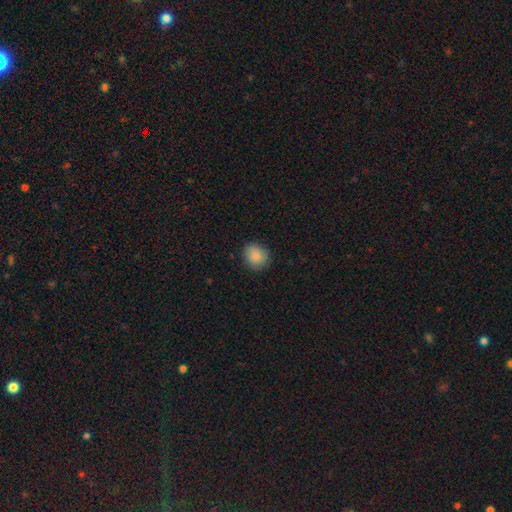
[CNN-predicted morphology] A smooth galaxy with no disk features (87%) that is round (74%).

Vote fractions:
- Smooth or featured? smooth: 87% / star or artifact: 7% / featured or disk: 5%
- How rounded? round: 74% / in between: 25% / cigar-shaped: 1%
- Merging? none: 84% / minor disturbance: 12% / major disturbance: 3% / merger: 1%